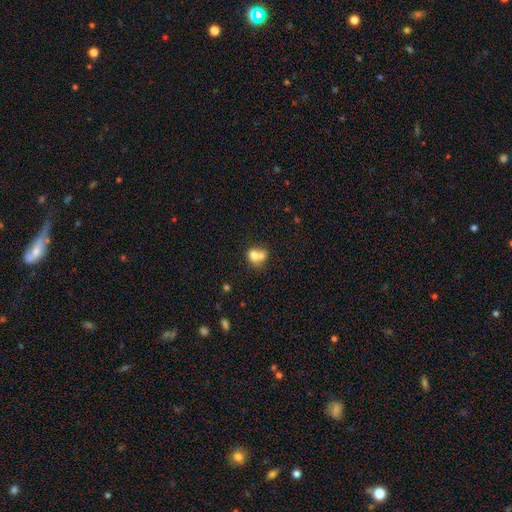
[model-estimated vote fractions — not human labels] A smooth galaxy with no disk features (70%) that is round (55%).

Vote fractions:
- Smooth or featured? smooth: 70% / featured or disk: 20% / star or artifact: 10%
- How rounded? round: 55% / in between: 44% / cigar-shaped: 1%
- Merging? merger: 67% / none: 21% / minor disturbance: 7% / major disturbance: 4%